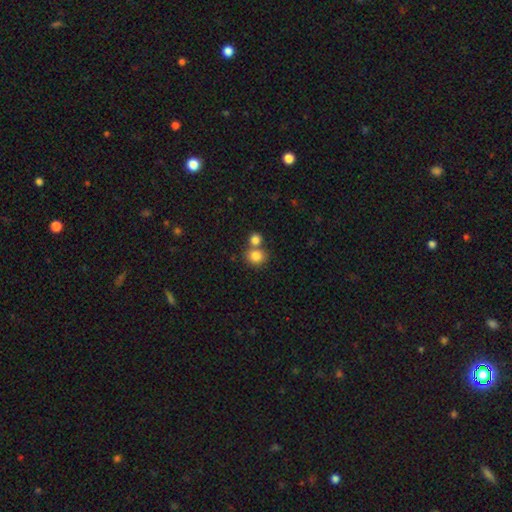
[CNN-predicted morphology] A smooth galaxy with no disk features (82%) that is round (81%). Merging: none (53%).